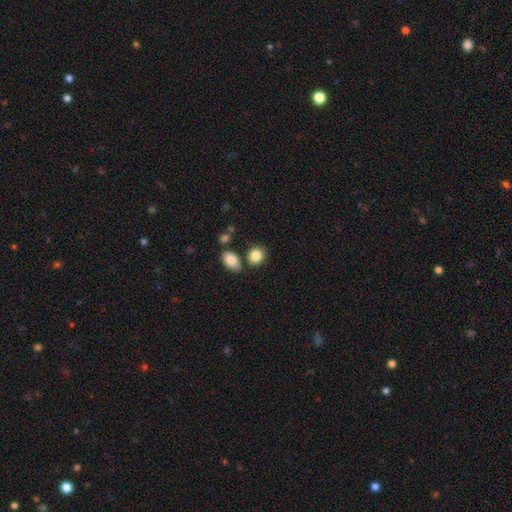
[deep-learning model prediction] A smooth galaxy with no disk features (85%) that is round (61%). Merging: none (70%).